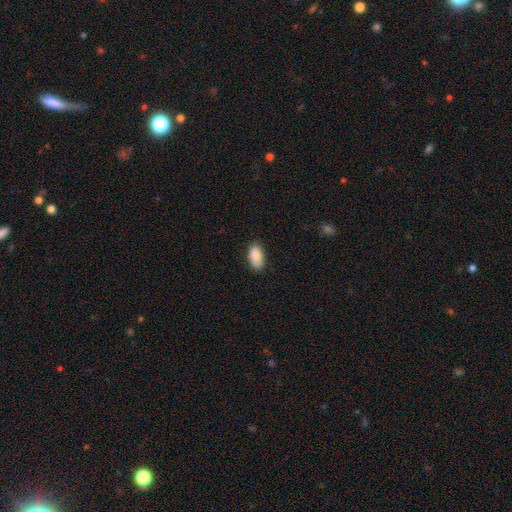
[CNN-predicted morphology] A smooth galaxy with no disk features (88%) that is in between round and cigar-shaped (94%). Merging: none (81%).